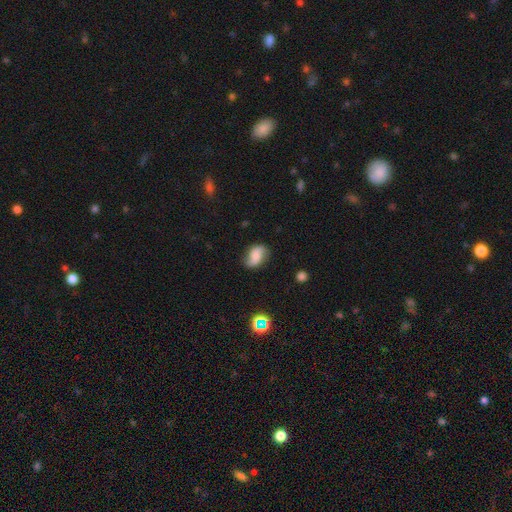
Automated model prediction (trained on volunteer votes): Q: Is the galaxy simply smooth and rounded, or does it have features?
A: featured or disk — 47%.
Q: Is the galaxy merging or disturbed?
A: none — 72%.